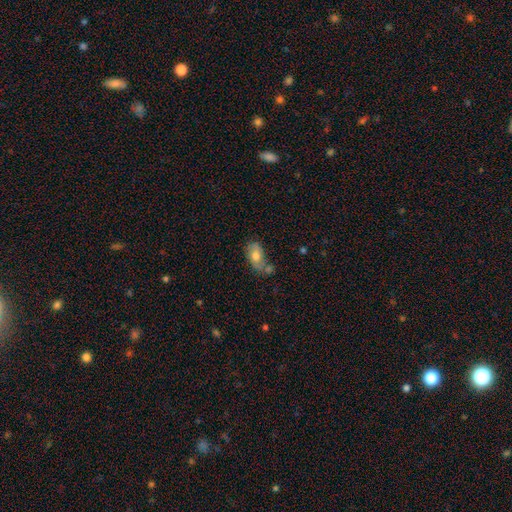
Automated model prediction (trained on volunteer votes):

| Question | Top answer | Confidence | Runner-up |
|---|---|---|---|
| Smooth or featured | smooth | 65% | featured or disk (27%) |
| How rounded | in between | 87% | round (9%) |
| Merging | none | 42% | minor disturbance (24%) |